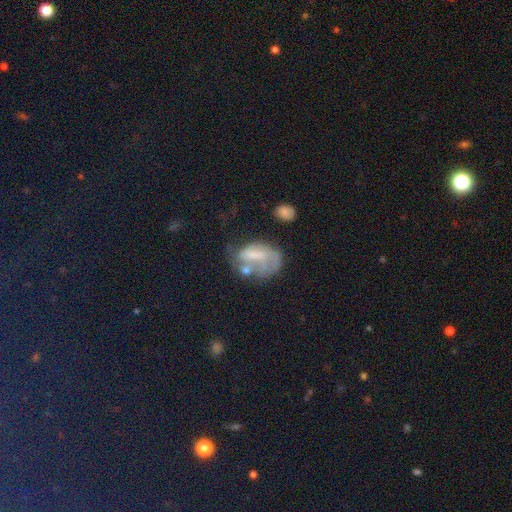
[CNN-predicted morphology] A featured or disk galaxy (46%). Merging: major disturbance (34%).